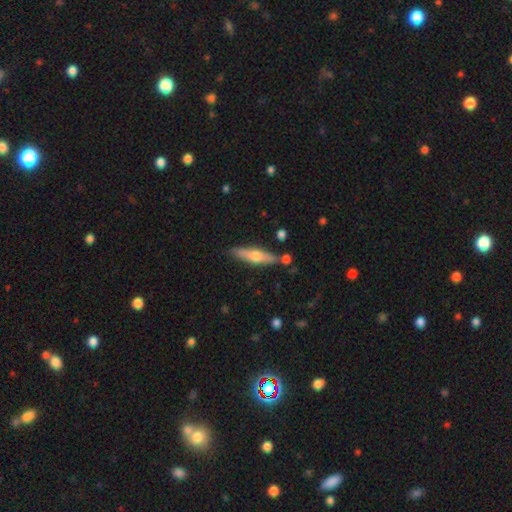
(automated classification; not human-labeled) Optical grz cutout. It shows a featured or disk galaxy (52%) viewed edge-on (91%). Merging: none (80%).